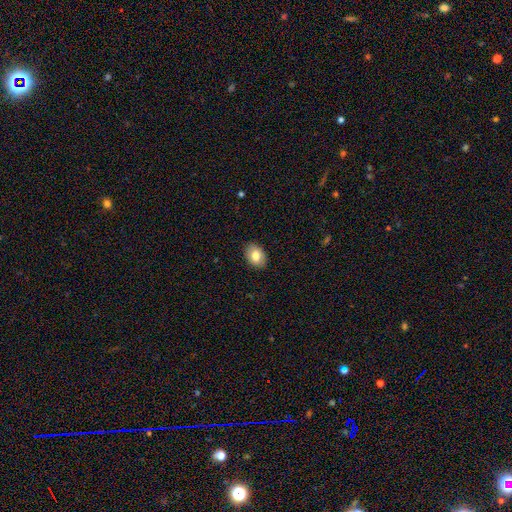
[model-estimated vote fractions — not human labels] Smooth or featured? smooth (81%)
How rounded? in between (78%)
Merging? none (89%)